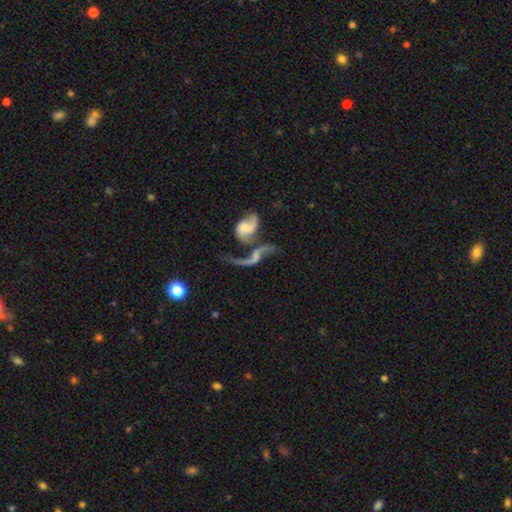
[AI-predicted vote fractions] featured or disk 73%, smooth 16%, star or artifact 11%. Down the decision tree: edge-on disk — no (92%); bar — no (55%); spiral arms — yes (84%); spiral arm count — 2 (77%); spiral winding — loose (84%); bulge size — small (35%); merging — merger (56%).